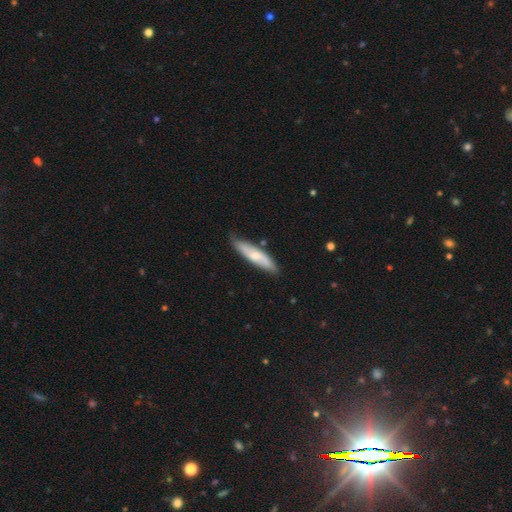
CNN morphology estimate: Smooth or featured?
  - smooth: 55% *
  - featured or disk: 40%
  - star or artifact: 5%
How rounded?
  - cigar-shaped: 72% *
  - in between: 27%
  - round: 2%
Merging?
  - none: 76% *
  - minor disturbance: 19%
  - major disturbance: 3%
  - merger: 3%